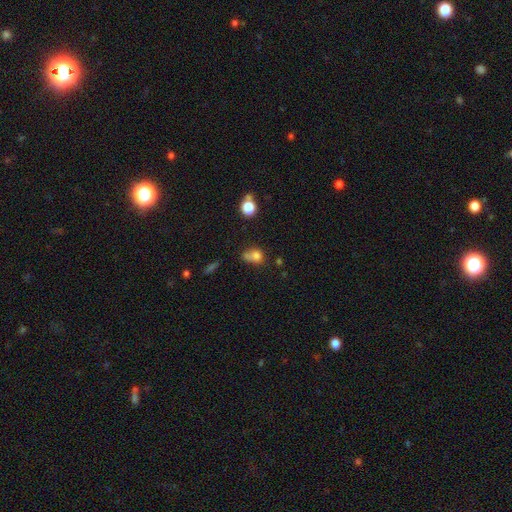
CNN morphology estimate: Smooth or featured? smooth (74%)
How rounded? round (53%)
Merging? merger (33%)